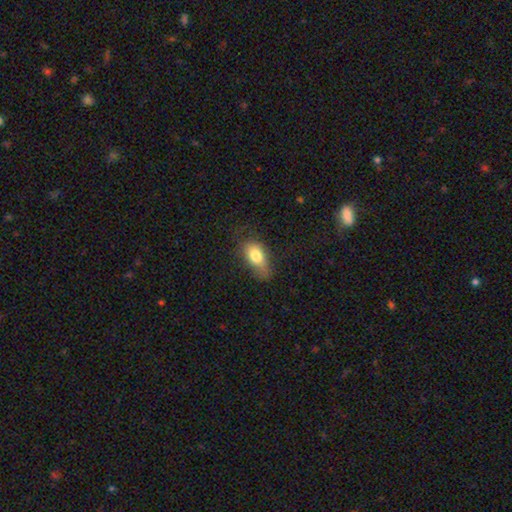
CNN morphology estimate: A smooth galaxy with no disk features (79%) that is in between round and cigar-shaped (88%).

Vote fractions:
- Smooth or featured? smooth: 79% / featured or disk: 13% / star or artifact: 8%
- How rounded? in between: 88% / round: 7% / cigar-shaped: 5%
- Merging? none: 55% / minor disturbance: 30% / major disturbance: 13% / merger: 2%